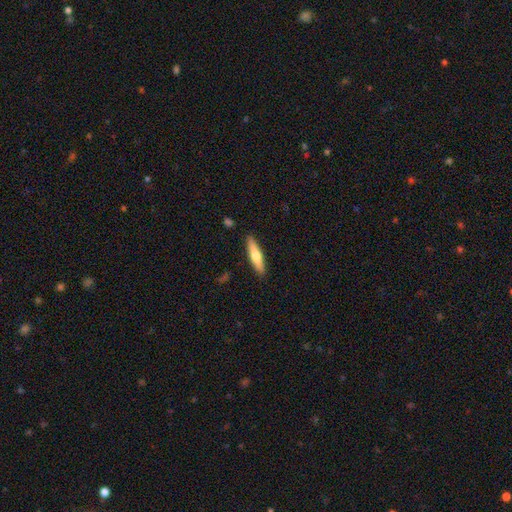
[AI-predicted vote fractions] This is possibly a smooth galaxy (56%). How rounded: likely cigar-shaped (79%). Merging: clearly none (89%).